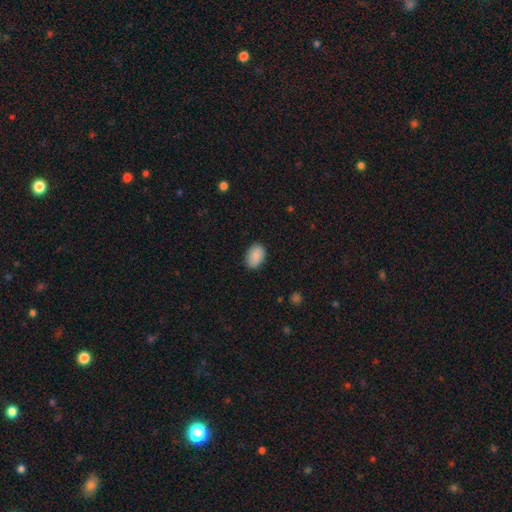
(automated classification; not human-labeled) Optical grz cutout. It shows a smooth galaxy with no disk features (90%) that is in between round and cigar-shaped (85%). Merging: none (85%).